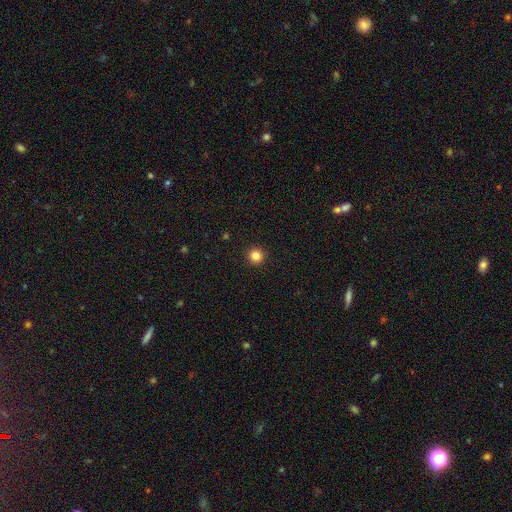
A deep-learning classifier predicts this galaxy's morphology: smooth-or-featured: smooth: 84% | star or artifact: 12% | featured or disk: 4%
  how-rounded: round: 95% | in between: 4% | cigar-shaped: 1%
  merging: none: 93% | minor disturbance: 4% | major disturbance: 2% | merger: 1%